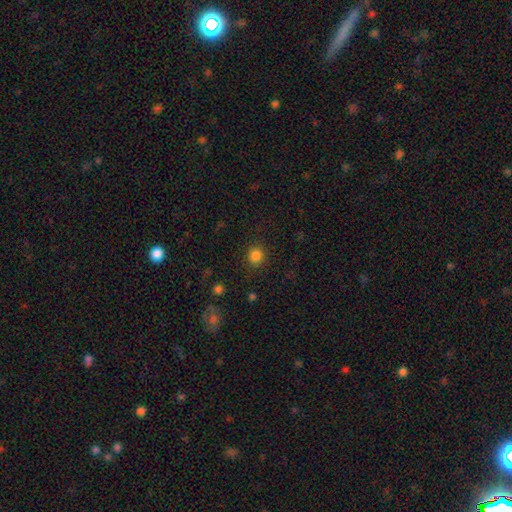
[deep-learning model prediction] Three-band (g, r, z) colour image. It shows a smooth galaxy with no disk features (84%) that is round (87%). Merging: none (89%).